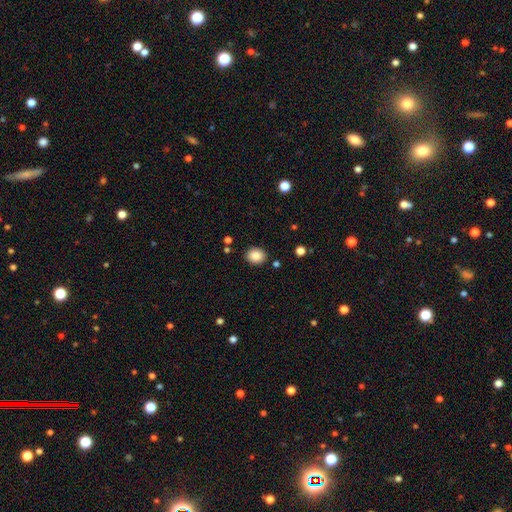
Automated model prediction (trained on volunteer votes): Morphology: type=smooth (87%); roundness=round (63%); merging=none (88%).